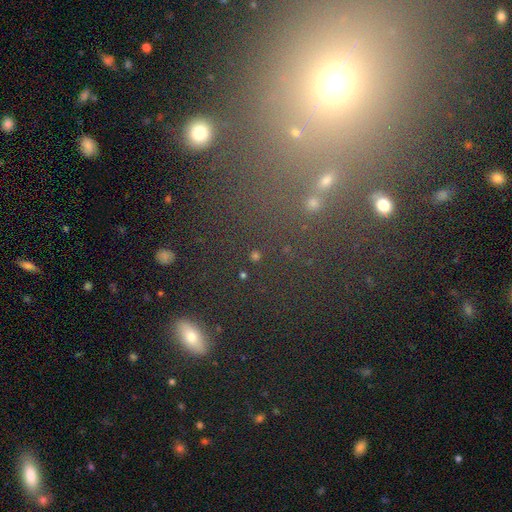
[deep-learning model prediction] Smooth or featured? smooth (49%)
Merging? none (78%)